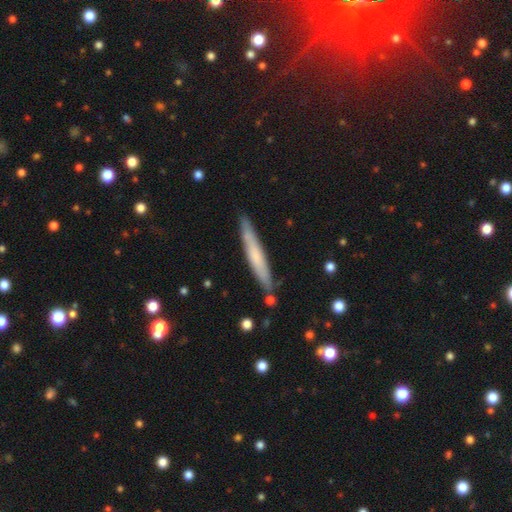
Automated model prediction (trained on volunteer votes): This appears to be a smooth galaxy with no disk features (59%) that is cigar-shaped (95%). Merging: none (85%).